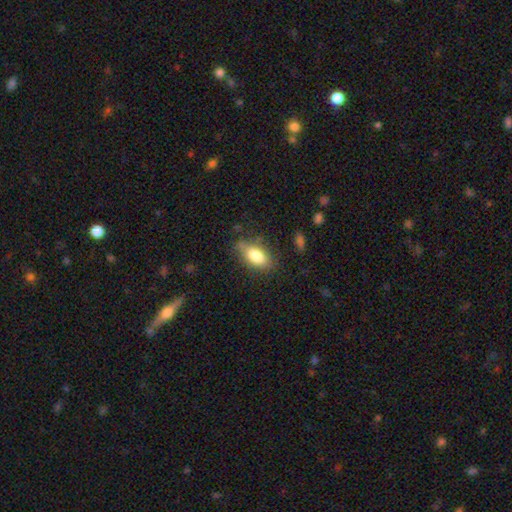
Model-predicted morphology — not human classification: Smooth or featured? Predicted: smooth (p=0.81). How rounded? Predicted: in between (p=0.87). Merging? Predicted: none (p=0.74).